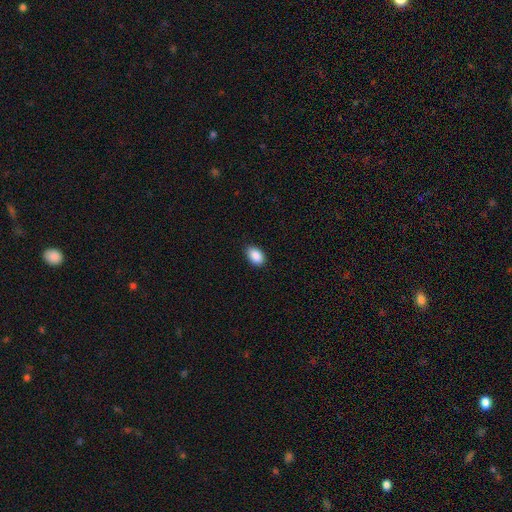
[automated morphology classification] Q: Smooth or featured?
A: smooth (90%); runner-up: star or artifact (7%)
Q: How rounded?
A: in between (88%); runner-up: round (11%)
Q: Merging?
A: none (86%); runner-up: minor disturbance (11%)